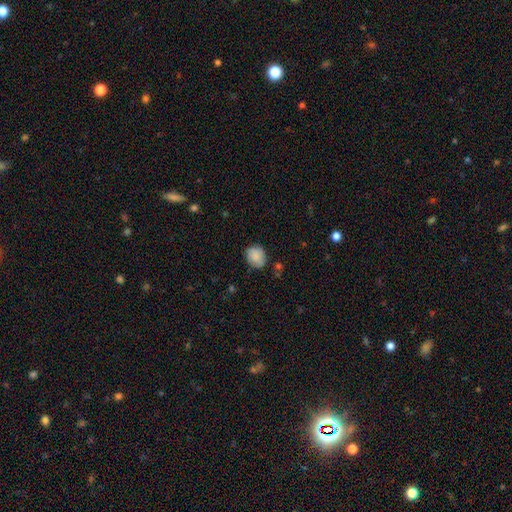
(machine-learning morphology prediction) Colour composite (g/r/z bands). It shows a smooth galaxy with no disk features (84%) that is round (56%). Merging: none (74%).